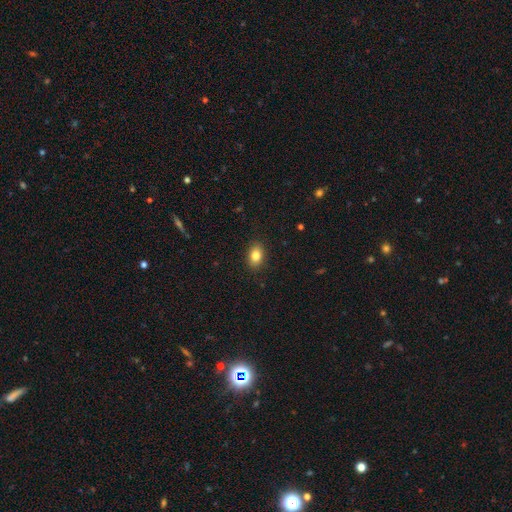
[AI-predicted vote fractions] smooth 84%, star or artifact 9%, featured or disk 8%. Down the decision tree: how rounded — in between (82%); merging — none (89%).